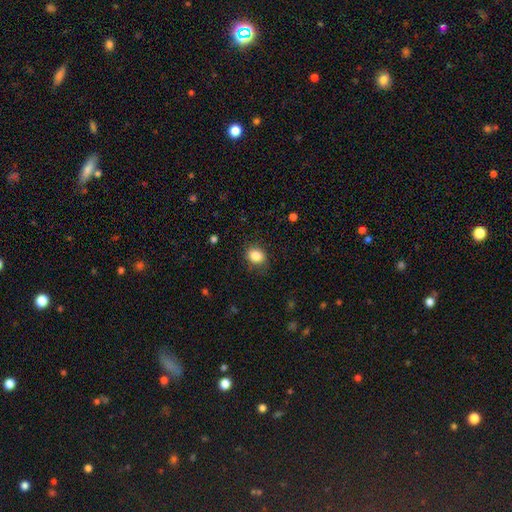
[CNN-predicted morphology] smooth-or-featured: smooth: 85% | star or artifact: 10% | featured or disk: 6%
  how-rounded: round: 59% | in between: 40% | cigar-shaped: 1%
  merging: none: 81% | minor disturbance: 15% | major disturbance: 4% | merger: 1%